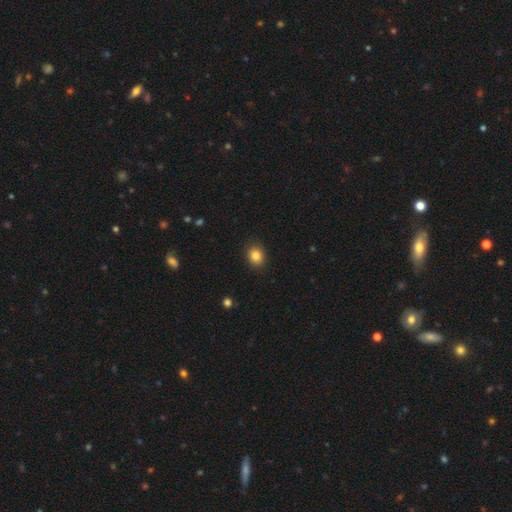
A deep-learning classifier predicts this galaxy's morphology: A smooth galaxy with no disk features (84%) that is round (60%). Merging: none (89%).